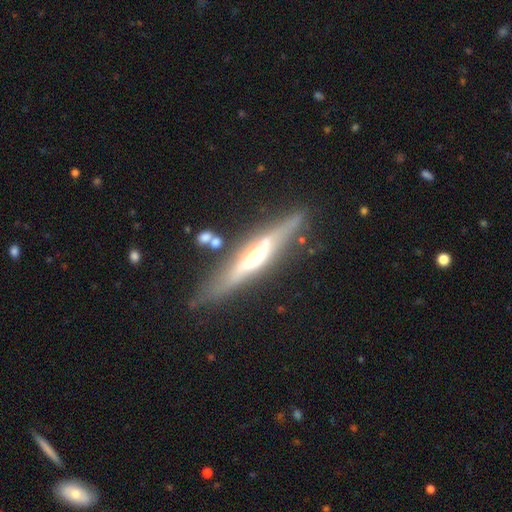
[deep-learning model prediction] A featured or disk galaxy (73%) viewed edge-on (89%) with a rounded central bulge (80%). Merging: none (75%).